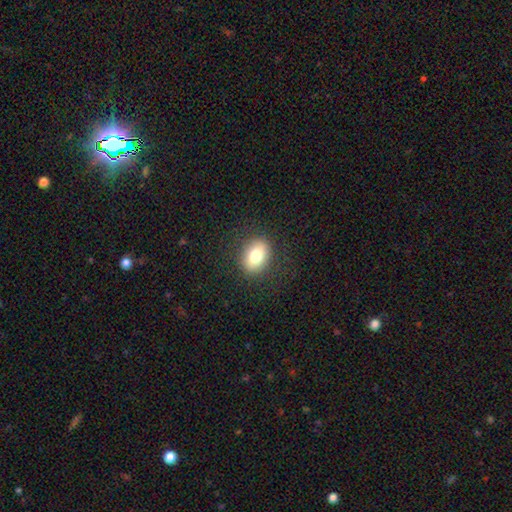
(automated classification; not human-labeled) Smooth or featured? smooth (78%)
How rounded? in between (68%)
Merging? none (86%)